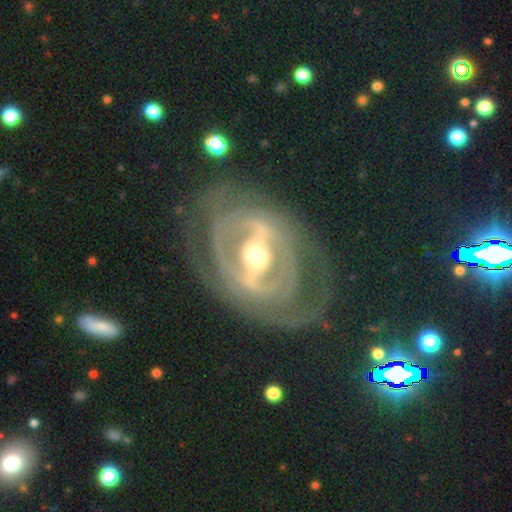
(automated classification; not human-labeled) featured or disk 87%, smooth 8%, star or artifact 5%. Down the decision tree: edge-on disk — no (94%); bar — strong (64%); spiral arms — yes (70%); spiral arm count — 2 (48%); spiral winding — tight (56%); bulge size — moderate (70%); merging — none (69%).